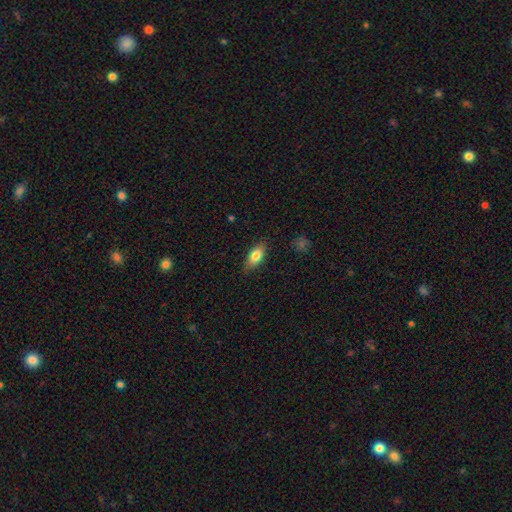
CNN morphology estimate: Smooth or featured? Predicted: smooth (p=0.80). How rounded? Predicted: in between (p=0.87). Merging? Predicted: none (p=0.84).